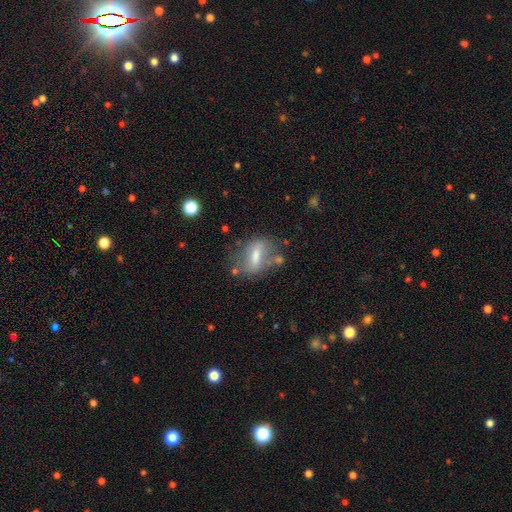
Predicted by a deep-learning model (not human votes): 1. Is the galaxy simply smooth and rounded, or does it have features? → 50% smooth, 40% featured or disk, 10% star or artifact.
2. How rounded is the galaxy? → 67% in between, 20% cigar-shaped, 14% round.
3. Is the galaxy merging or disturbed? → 55% none, 22% minor disturbance, 14% major disturbance, 10% merger.